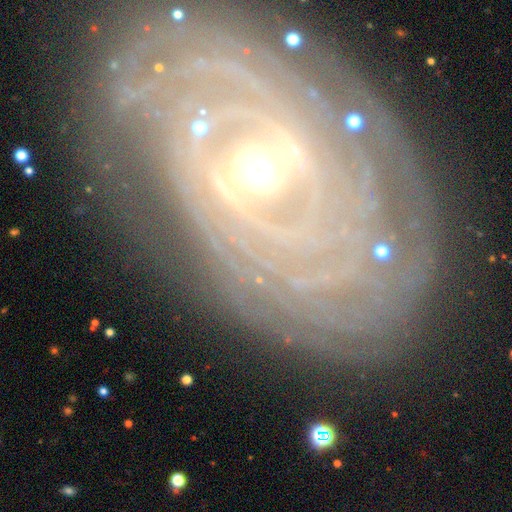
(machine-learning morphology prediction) A featured or disk galaxy (89%) with no bar (49%), tight (82%) spiral arms (94%) and a moderate central bulge (61%). Merging: none (75%).